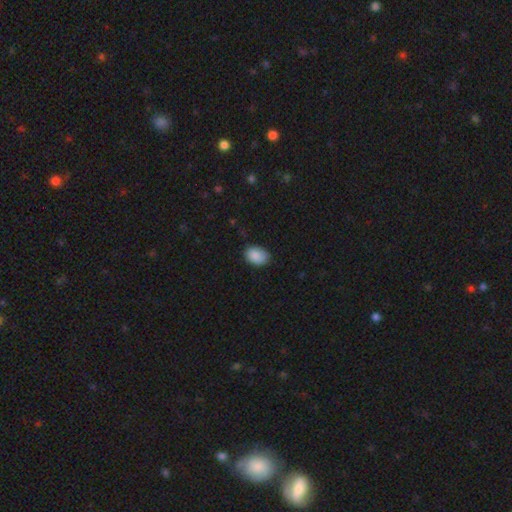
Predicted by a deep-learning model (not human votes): smooth-or-featured: smooth: 89% | star or artifact: 7% | featured or disk: 4%
  how-rounded: in between: 80% | round: 19% | cigar-shaped: 1%
  merging: none: 80% | minor disturbance: 17% | major disturbance: 3% | merger: 1%